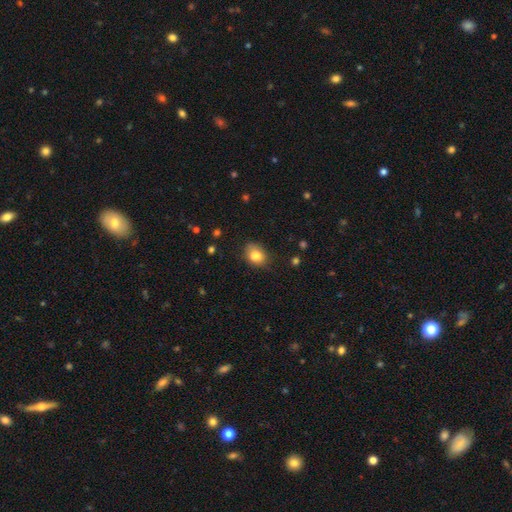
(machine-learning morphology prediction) Smooth or featured: smooth — 82% (star or artifact — 9%)
How rounded: in between — 63% (round — 35%)
Merging: none — 69% (minor disturbance — 23%)